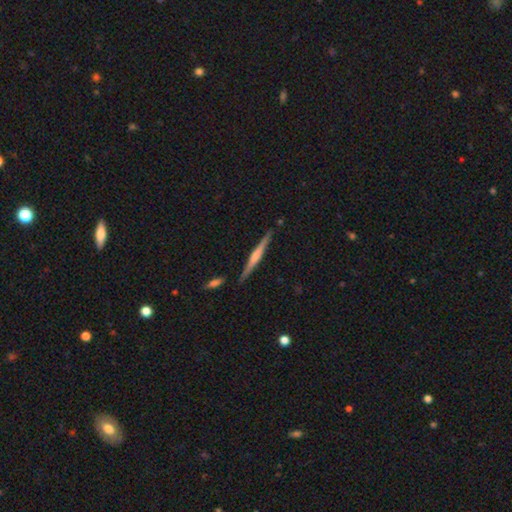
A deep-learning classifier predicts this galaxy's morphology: The model was most divided on "edge-on bulge": rounded: 54%, boxy: 25%, none: 21%. More confident: edge-on disk — yes (98%); merging — none (86%); smooth or featured — featured or disk (66%).